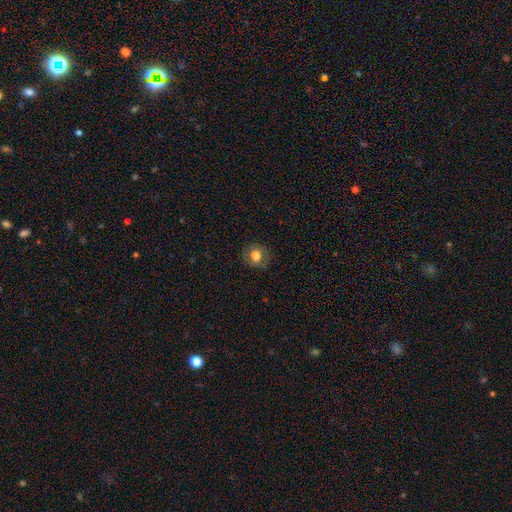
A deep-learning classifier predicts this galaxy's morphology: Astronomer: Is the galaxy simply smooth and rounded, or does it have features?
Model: smooth — 75%.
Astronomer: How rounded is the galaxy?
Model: round — 79%.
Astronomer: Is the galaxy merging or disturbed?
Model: none — 83%.